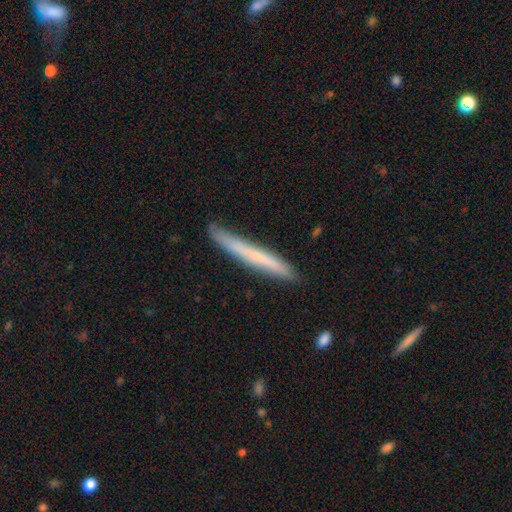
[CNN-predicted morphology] This is possibly a smooth galaxy (60%). How rounded: clearly cigar-shaped (97%). Merging: clearly none (83%).